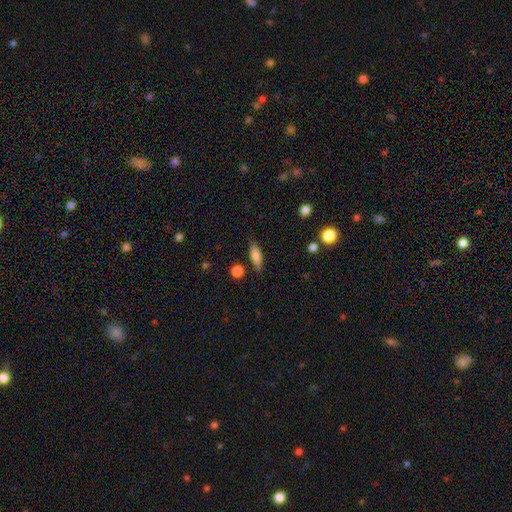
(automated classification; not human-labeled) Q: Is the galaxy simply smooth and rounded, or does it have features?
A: smooth — 69%.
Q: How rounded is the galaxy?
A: cigar-shaped — 55%.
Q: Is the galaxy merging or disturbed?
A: none — 81%.